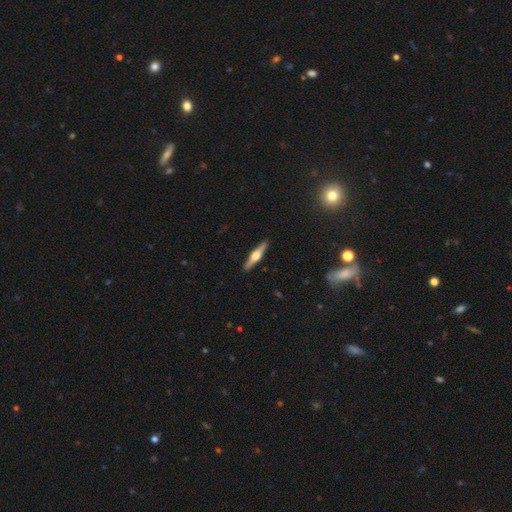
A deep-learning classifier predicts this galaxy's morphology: A featured or disk galaxy (67%) viewed edge-on (97%) with a rounded central bulge (94%).

Vote fractions:
- Smooth or featured? featured or disk: 67% / smooth: 28% / star or artifact: 5%
- Edge-on disk? yes: 97% / no: 3%
- Edge-on bulge? rounded: 94% / boxy: 4% / none: 2%
- Merging? none: 92% / minor disturbance: 6% / major disturbance: 1% / merger: 1%